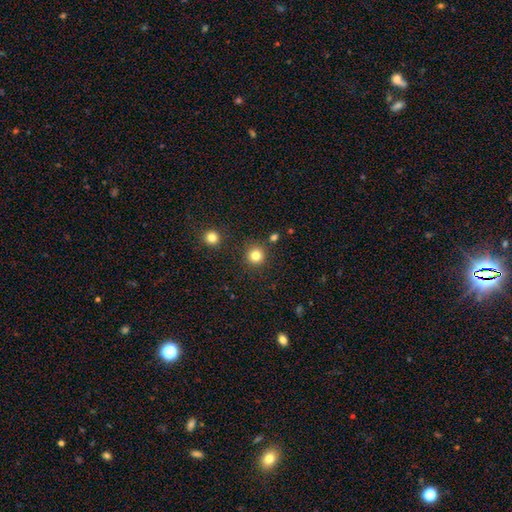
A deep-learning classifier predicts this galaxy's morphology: This is clearly a smooth galaxy (82%). How rounded: clearly round (94%). Merging: clearly none (88%).